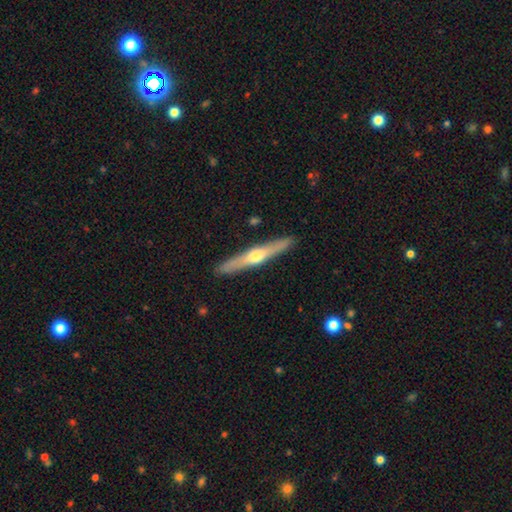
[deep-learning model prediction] A featured or disk galaxy (69%) viewed edge-on (96%) with a rounded central bulge (90%). Merging: none (91%).